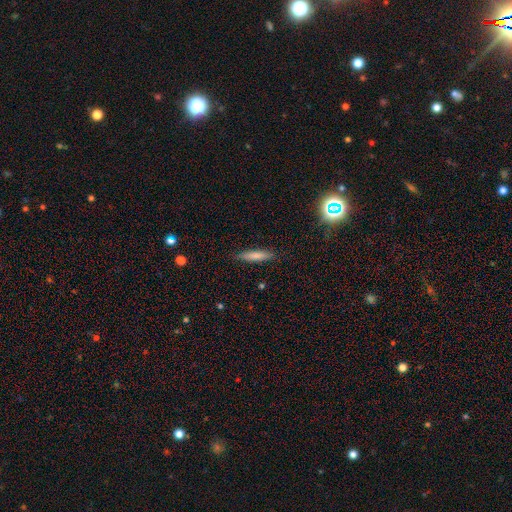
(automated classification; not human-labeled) Smooth or featured? Predicted: smooth (p=0.77). How rounded? Predicted: cigar-shaped (p=0.84). Merging? Predicted: none (p=0.87).